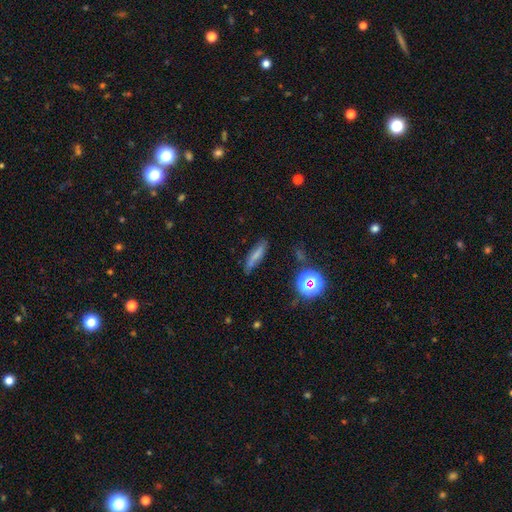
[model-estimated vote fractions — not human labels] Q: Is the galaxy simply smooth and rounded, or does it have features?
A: smooth — 66%.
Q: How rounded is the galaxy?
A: cigar-shaped — 74%.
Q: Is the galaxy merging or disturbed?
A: none — 75%.